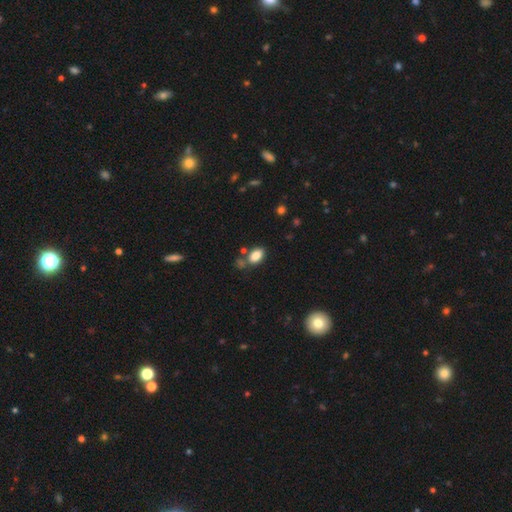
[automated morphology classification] smooth 85%, star or artifact 9%, featured or disk 6%. Down the decision tree: how rounded — in between (91%); merging — none (66%).